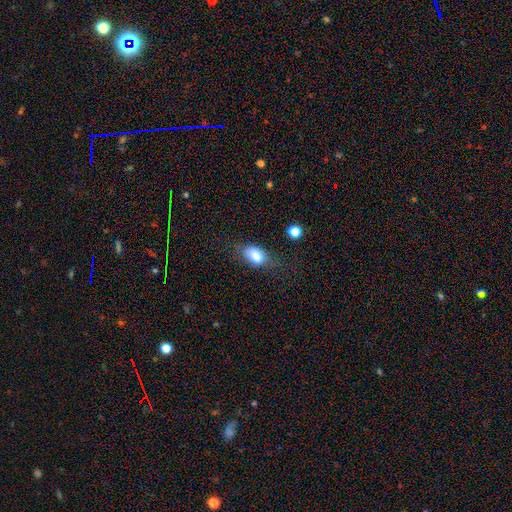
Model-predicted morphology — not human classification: Smooth or featured? Predicted: smooth (p=0.80). How rounded? Predicted: in between (p=0.87). Merging? Predicted: none (p=0.57).